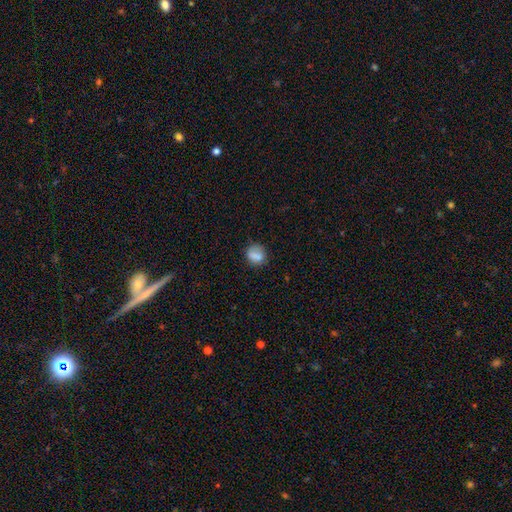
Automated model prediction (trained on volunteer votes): A smooth galaxy with no disk features (81%) that is round (65%). Merging: none (70%).